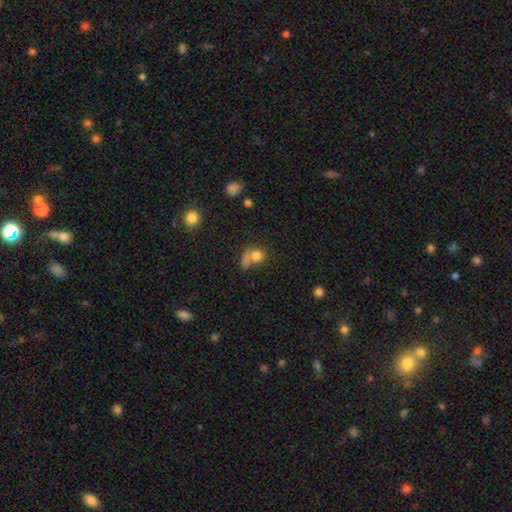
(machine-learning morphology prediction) Smooth or featured? smooth (74%)
How rounded? round (70%)
Merging? none (38%)